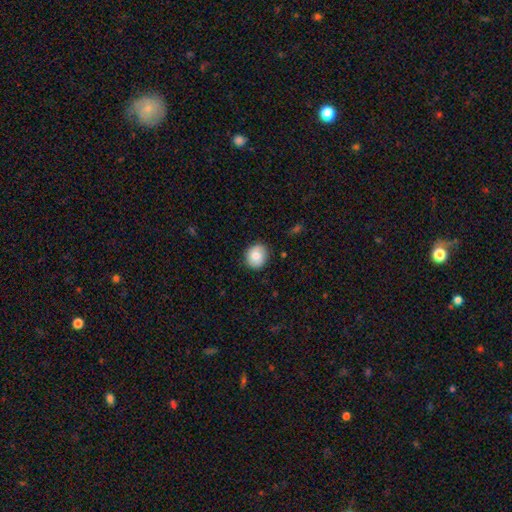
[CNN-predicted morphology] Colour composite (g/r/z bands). It shows a smooth galaxy with no disk features (78%) that is round (79%). Merging: none (86%).